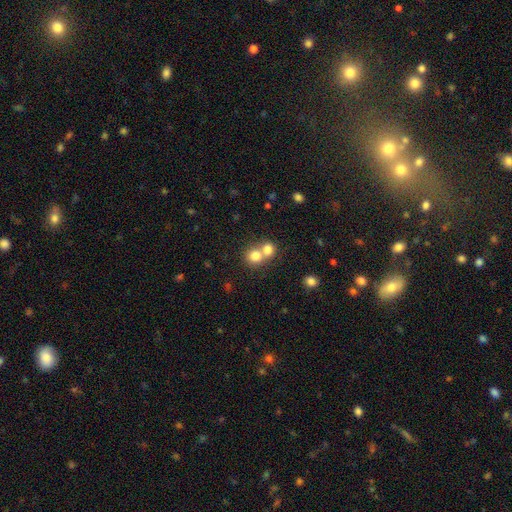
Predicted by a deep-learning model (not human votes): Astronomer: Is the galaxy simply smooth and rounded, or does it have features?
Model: smooth — 78%.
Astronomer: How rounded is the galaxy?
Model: round — 83%.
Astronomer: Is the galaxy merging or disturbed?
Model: merger — 57% (runner-up: none, 36%).